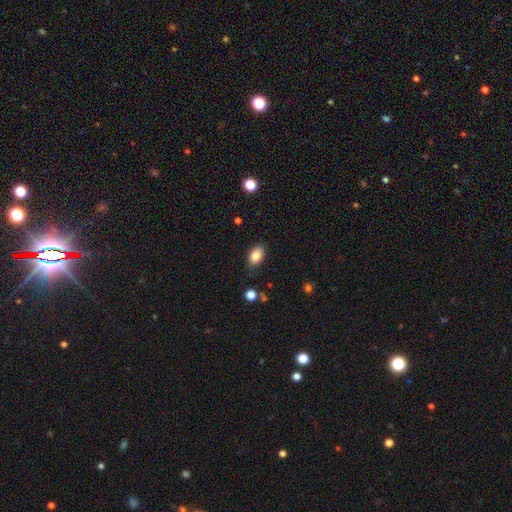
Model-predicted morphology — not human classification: This is clearly a smooth galaxy (84%). How rounded: clearly in between (88%). Merging: clearly none (82%).